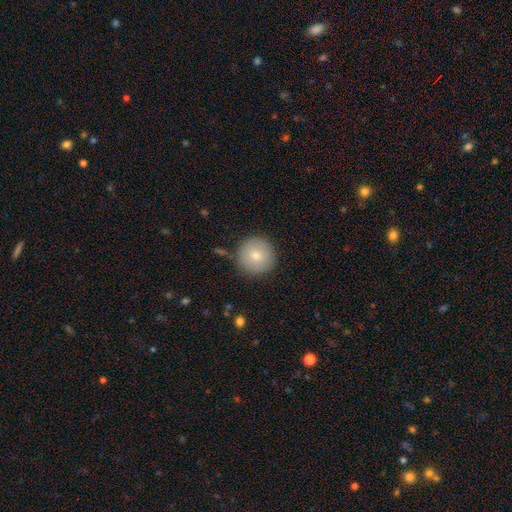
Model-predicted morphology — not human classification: Smooth or featured?
  - smooth: 78% *
  - featured or disk: 14%
  - star or artifact: 8%
How rounded?
  - round: 96% *
  - in between: 3%
  - cigar-shaped: 1%
Merging?
  - none: 86% *
  - minor disturbance: 9%
  - merger: 3%
  - major disturbance: 3%